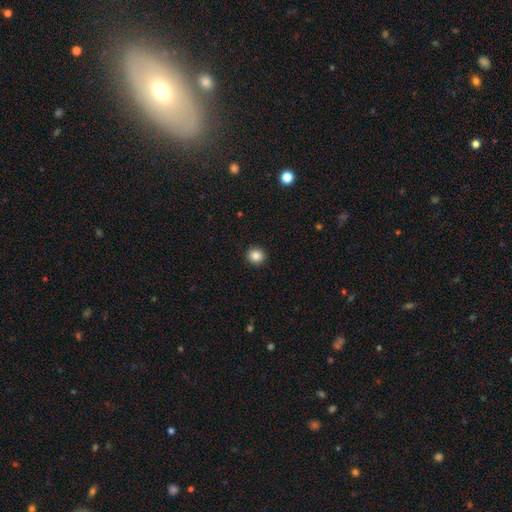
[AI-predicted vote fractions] The model was most divided on "smooth or featured": smooth: 86%, star or artifact: 10%, featured or disk: 4%. More confident: merging — none (93%); how rounded — round (90%).